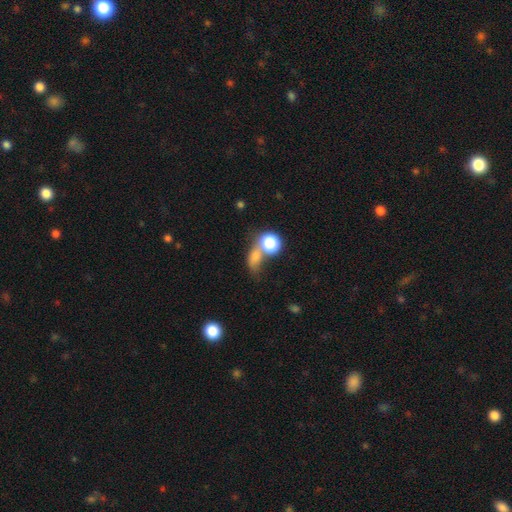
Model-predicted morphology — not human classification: This is likely a smooth galaxy (70%). How rounded: possibly in between (54%). Merging: marginally merger (43%).